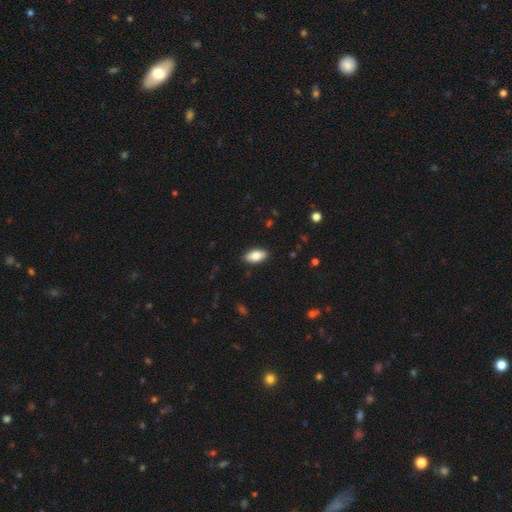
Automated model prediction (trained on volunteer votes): This appears to be a smooth galaxy with no disk features (83%) that is in between round and cigar-shaped (91%). Merging: none (90%).